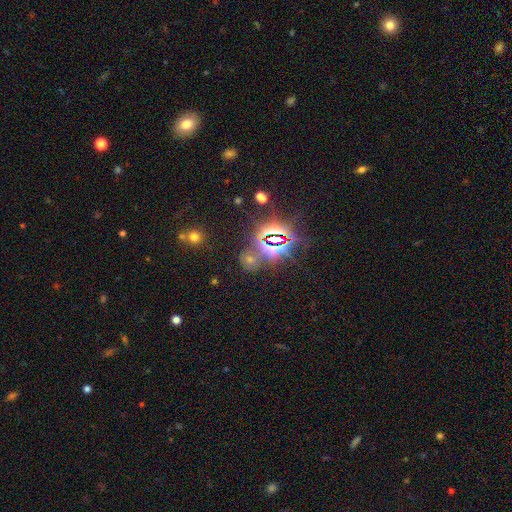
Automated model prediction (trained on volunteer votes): A star or artifact, not a galaxy (78%).